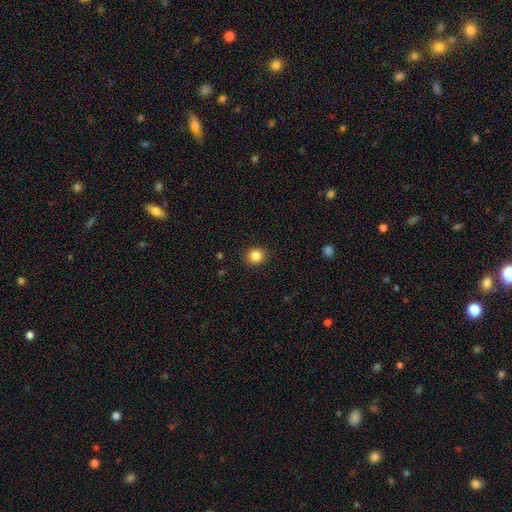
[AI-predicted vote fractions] A smooth galaxy with no disk features (85%) that is round (84%).

Vote fractions:
- Smooth or featured? smooth: 85% / star or artifact: 11% / featured or disk: 4%
- How rounded? round: 84% / in between: 15% / cigar-shaped: 1%
- Merging? none: 91% / minor disturbance: 6% / major disturbance: 2% / merger: 1%